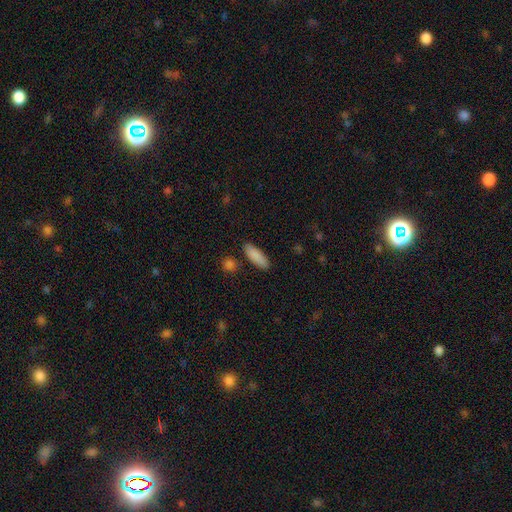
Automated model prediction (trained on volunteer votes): This is clearly a smooth galaxy (88%). How rounded: likely in between (60%). Merging: clearly none (86%).